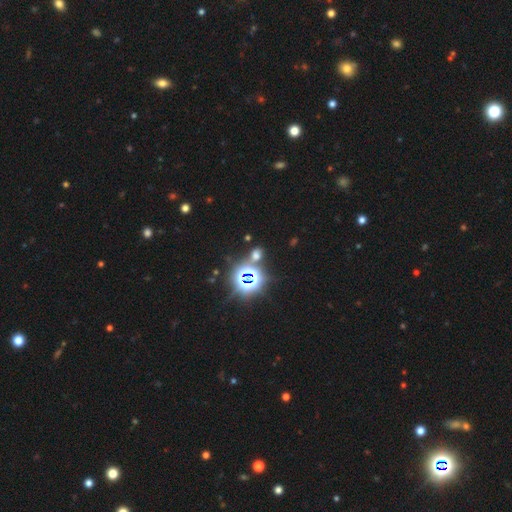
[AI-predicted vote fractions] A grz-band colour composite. It shows a star or artifact, not a galaxy (55%).